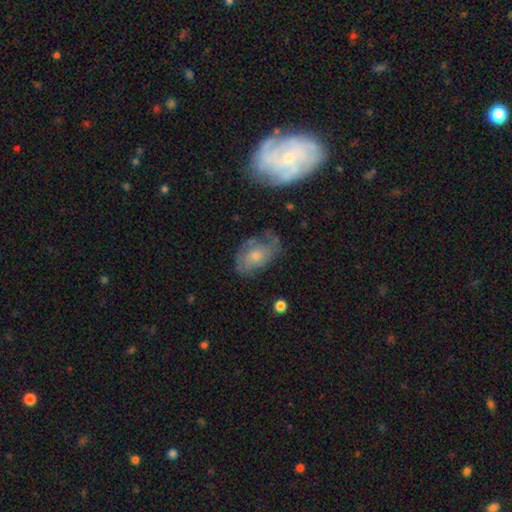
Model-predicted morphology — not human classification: Overall: featured or disk (57%; smooth 33%). Edge-on disk: no (94%). Bar: no (76%). Spiral arms: yes (77%). Bulge size: small (53%; moderate 38%). Merging: none (59%; minor disturbance 24%).